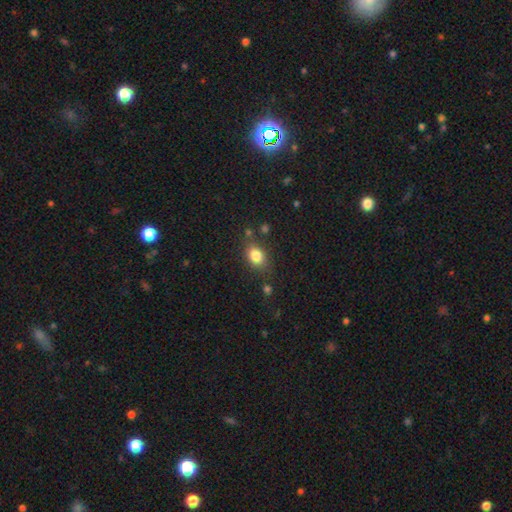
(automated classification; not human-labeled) This is clearly a smooth galaxy (83%). How rounded: likely in between (67%). Merging: likely none (74%).